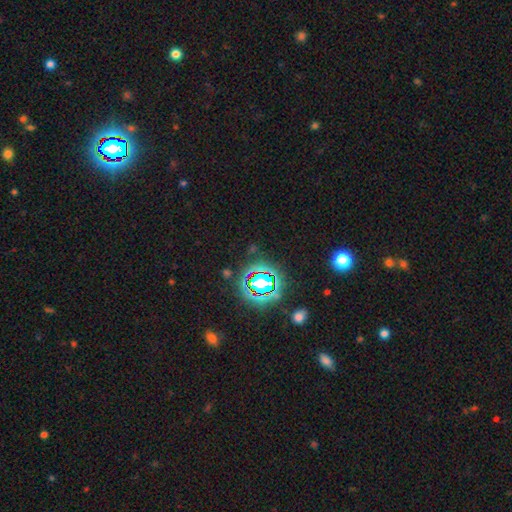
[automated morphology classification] This is likely a star or artifact rather than a galaxy (77%).